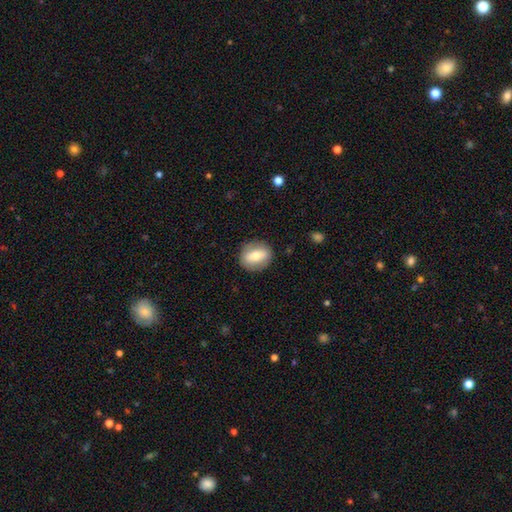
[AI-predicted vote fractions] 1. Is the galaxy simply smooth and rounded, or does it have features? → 63% smooth, 29% featured or disk, 7% star or artifact.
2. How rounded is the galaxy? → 52% round, 46% in between, 2% cigar-shaped.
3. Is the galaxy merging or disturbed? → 85% none, 10% minor disturbance, 3% major disturbance, 1% merger.